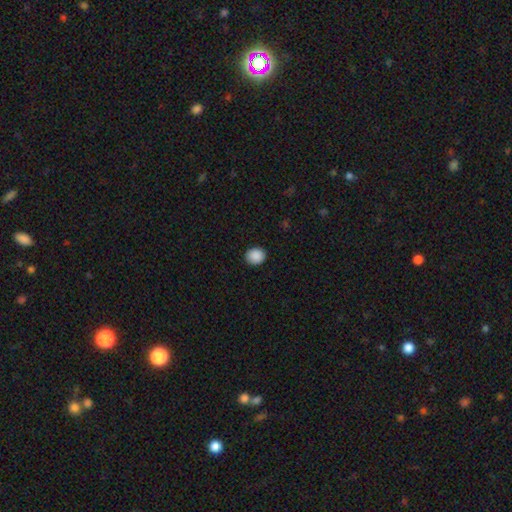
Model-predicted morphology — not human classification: The model was most divided on "how rounded": round: 70%, in between: 29%, cigar-shaped: 1%. More confident: merging — none (90%); smooth or featured — smooth (89%).